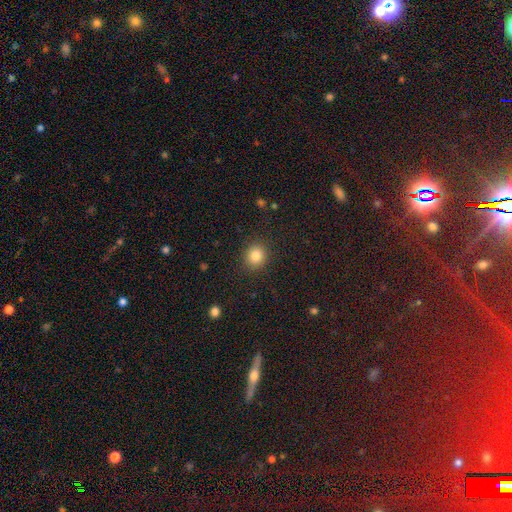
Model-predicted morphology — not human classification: A smooth galaxy with no disk features (84%) that is round (81%). Merging: none (89%).